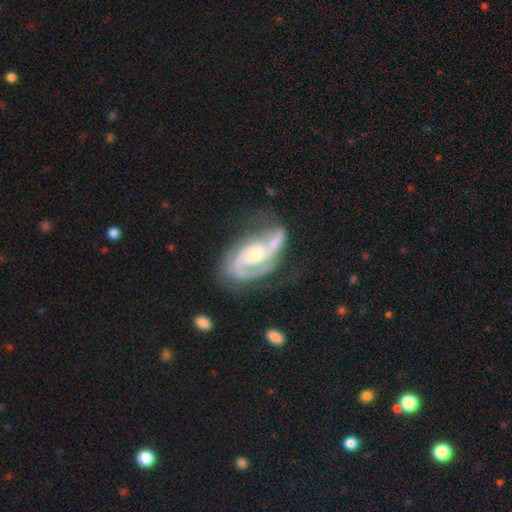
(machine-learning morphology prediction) A featured or disk galaxy (85%) with no bar (55%), 2 (61%) medium (45%) spiral arms (93%) and a moderate central bulge (51%). Merging: none (44%).